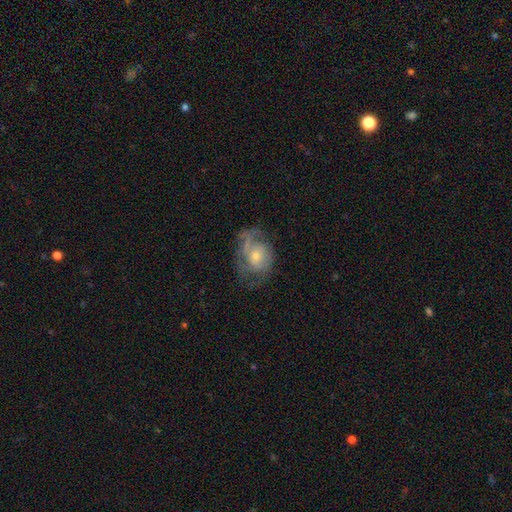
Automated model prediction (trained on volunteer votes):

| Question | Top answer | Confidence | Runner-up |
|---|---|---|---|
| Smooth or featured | featured or disk | 67% | smooth (25%) |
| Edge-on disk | no | 97% | yes (3%) |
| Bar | no | 73% | weak (23%) |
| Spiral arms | yes | 79% | no (21%) |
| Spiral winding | medium | 42% | tight (37%) |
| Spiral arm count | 2 | 39% | can't tell (31%) |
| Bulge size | small | 52% | moderate (40%) |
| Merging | none | 51% | minor disturbance (24%) |